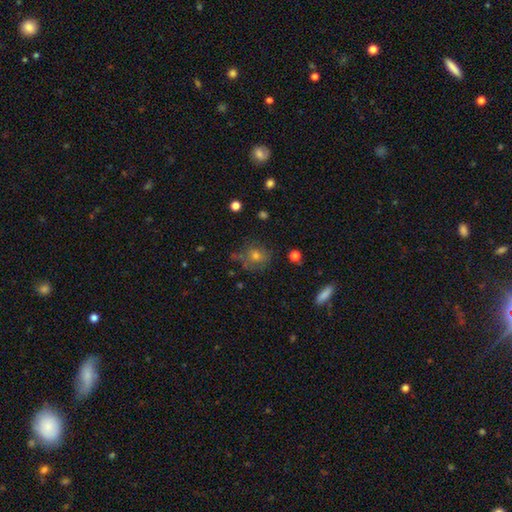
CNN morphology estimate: Overall: smooth (57%; featured or disk 23%). How rounded: round (76%). Merging: none (66%).